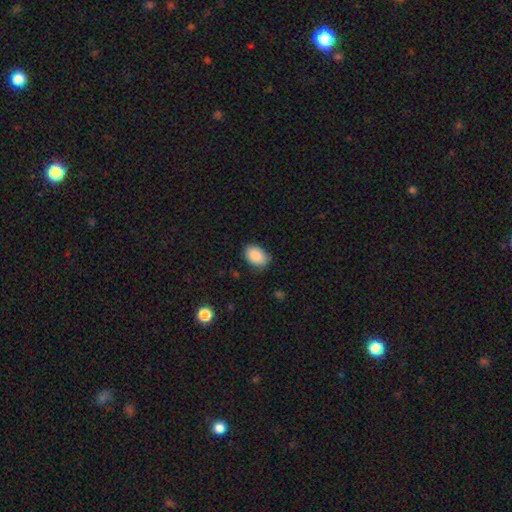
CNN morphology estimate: A smooth galaxy with no disk features (89%) that is in between round and cigar-shaped (86%). Merging: none (78%).